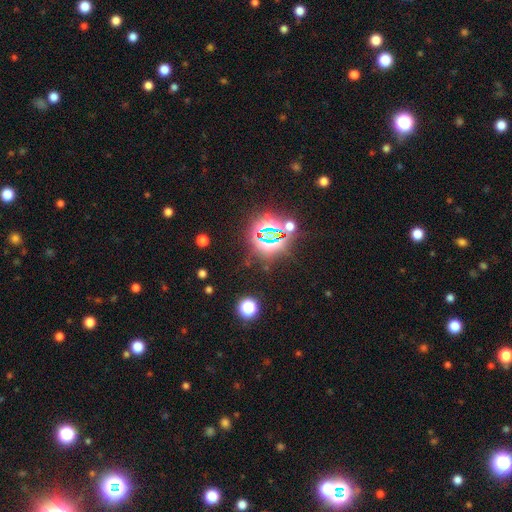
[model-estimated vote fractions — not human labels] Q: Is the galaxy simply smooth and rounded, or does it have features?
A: star or artifact — 82%.